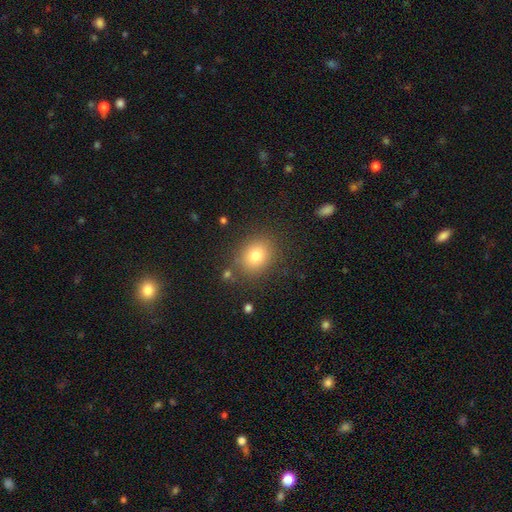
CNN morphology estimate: smooth_or_featured: smooth (p=0.78) [alt: star or artifact p=0.12]
how_rounded: round (p=0.62) [alt: in between p=0.37]
merging: none (p=0.83) [alt: minor disturbance p=0.10]